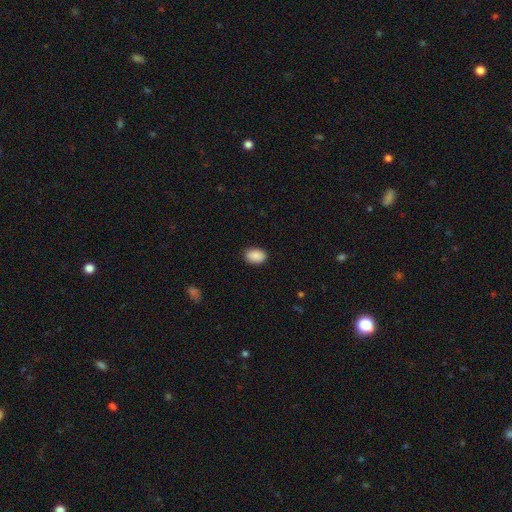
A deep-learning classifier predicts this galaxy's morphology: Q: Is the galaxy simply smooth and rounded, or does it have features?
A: smooth — 90%.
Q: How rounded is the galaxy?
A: in between — 85%.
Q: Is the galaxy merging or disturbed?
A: none — 87%.